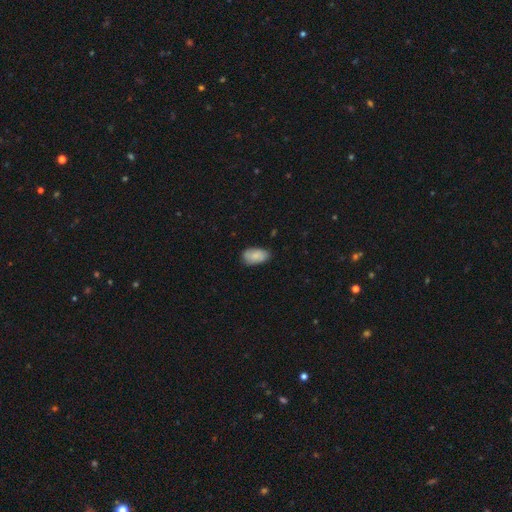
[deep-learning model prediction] A smooth galaxy with no disk features (82%) that is in between round and cigar-shaped (93%).

Vote fractions:
- Smooth or featured? smooth: 82% / featured or disk: 12% / star or artifact: 7%
- How rounded? in between: 93% / round: 5% / cigar-shaped: 2%
- Merging? none: 74% / minor disturbance: 21% / major disturbance: 3% / merger: 1%